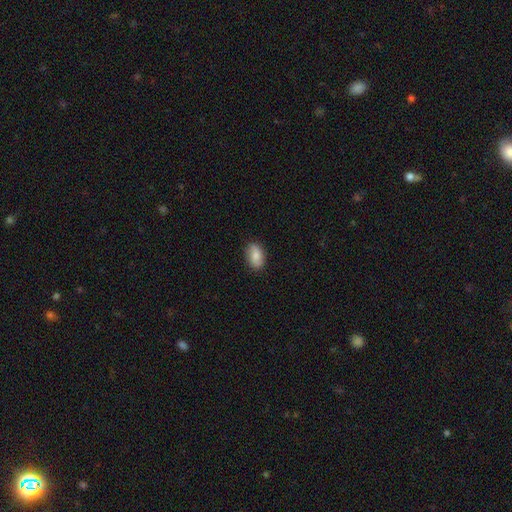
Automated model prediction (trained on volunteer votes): This appears to be a smooth galaxy with no disk features (78%) that is in between round and cigar-shaped (90%). Merging: none (84%).